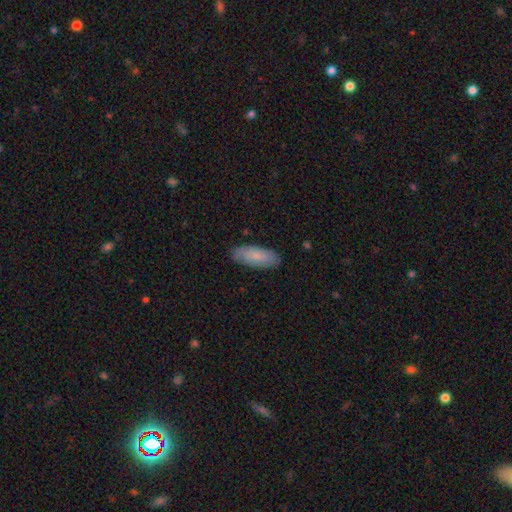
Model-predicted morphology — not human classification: Smooth or featured?
  - smooth: 81% *
  - featured or disk: 14%
  - star or artifact: 6%
How rounded?
  - in between: 75% *
  - cigar-shaped: 23%
  - round: 2%
Merging?
  - none: 86% *
  - minor disturbance: 11%
  - major disturbance: 2%
  - merger: 1%